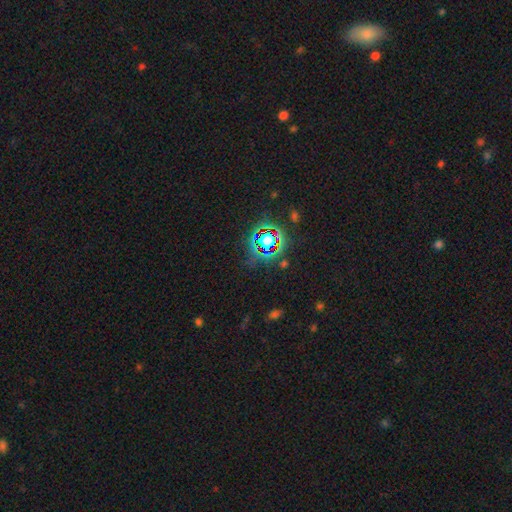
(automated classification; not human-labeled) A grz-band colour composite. It shows a star or artifact, not a galaxy (78%).